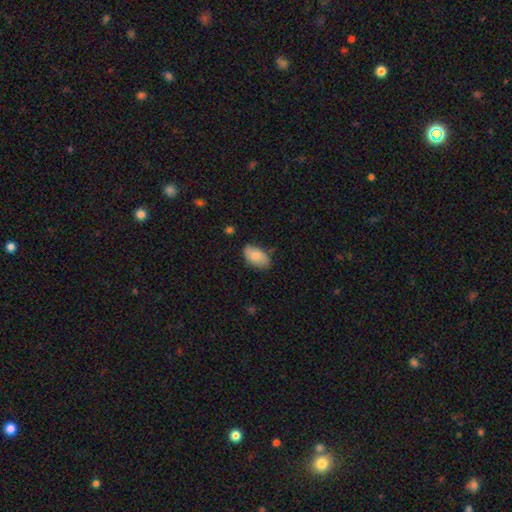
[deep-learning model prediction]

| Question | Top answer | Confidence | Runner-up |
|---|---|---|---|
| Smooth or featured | smooth | 81% | featured or disk (13%) |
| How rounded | in between | 94% | round (5%) |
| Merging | none | 76% | minor disturbance (19%) |